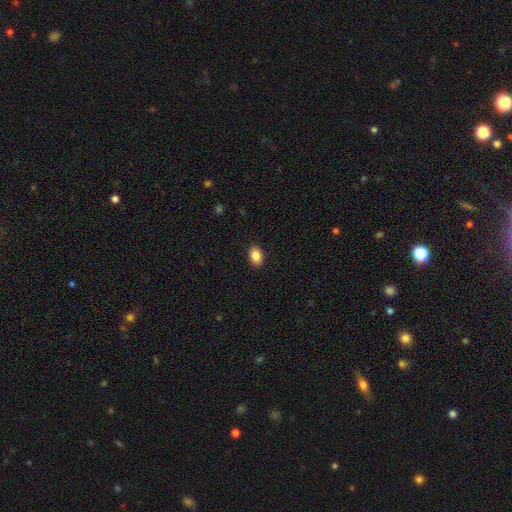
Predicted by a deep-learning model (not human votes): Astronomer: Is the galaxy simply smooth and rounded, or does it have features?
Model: smooth — 87%.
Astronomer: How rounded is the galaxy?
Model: in between — 85%.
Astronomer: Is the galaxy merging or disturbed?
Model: none — 90%.